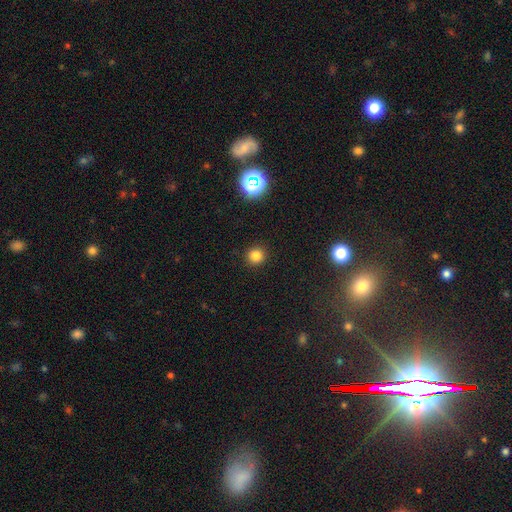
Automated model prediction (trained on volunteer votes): Overall: smooth (80%). How rounded: round (94%). Merging: none (92%).